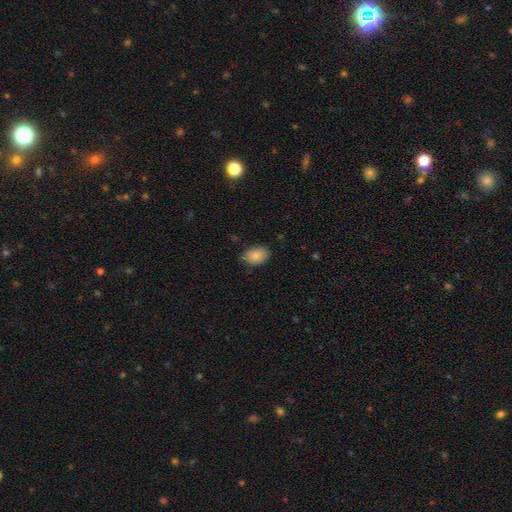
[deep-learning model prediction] smooth-or-featured: smooth: 87% | star or artifact: 8% | featured or disk: 5%
  how-rounded: in between: 77% | round: 22% | cigar-shaped: 1%
  merging: none: 80% | minor disturbance: 16% | major disturbance: 3% | merger: 1%